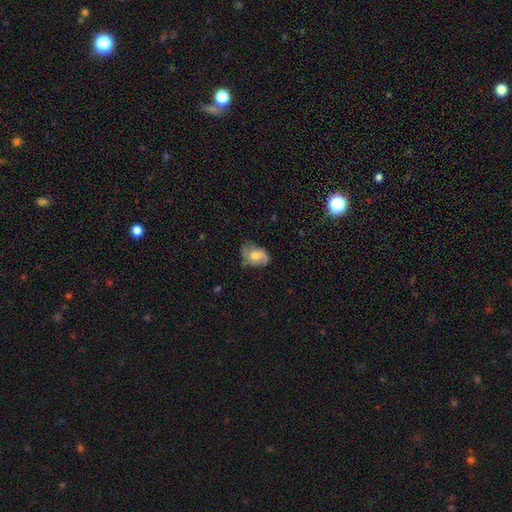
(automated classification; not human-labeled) A smooth galaxy with no disk features (52%) that is in between round and cigar-shaped (76%).

Vote fractions:
- Smooth or featured? smooth: 52% / featured or disk: 39% / star or artifact: 8%
- How rounded? in between: 76% / round: 22% / cigar-shaped: 1%
- Merging? none: 49% / minor disturbance: 34% / major disturbance: 16% / merger: 2%